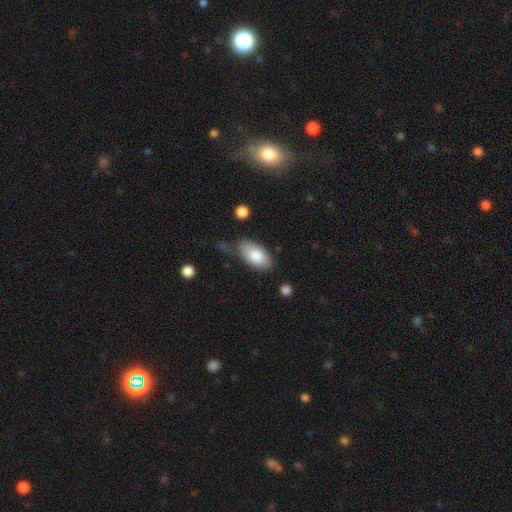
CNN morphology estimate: The model was most divided on "merging": none: 72%, minor disturbance: 18%, major disturbance: 5%, merger: 4%. More confident: how rounded — in between (93%); smooth or featured — smooth (82%).